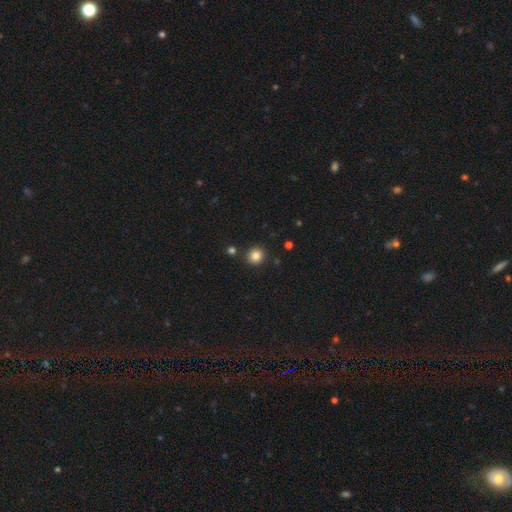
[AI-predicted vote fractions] Smooth or featured: smooth — 83% (star or artifact — 12%)
How rounded: round — 91% (in between — 8%)
Merging: none — 89% (minor disturbance — 6%)